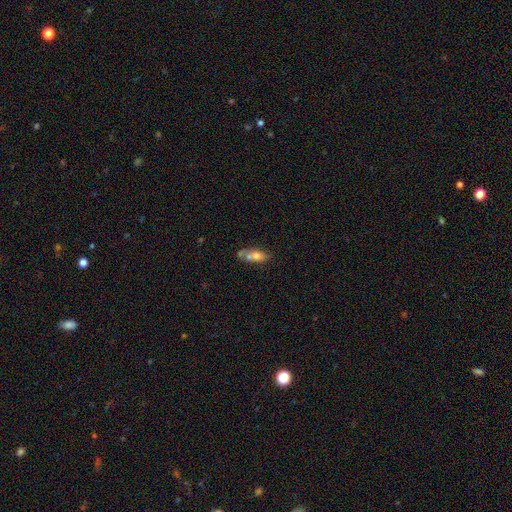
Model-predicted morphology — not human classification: type=smooth (62%); roundness=in between (77%); merging=none (38%, tied with merger).